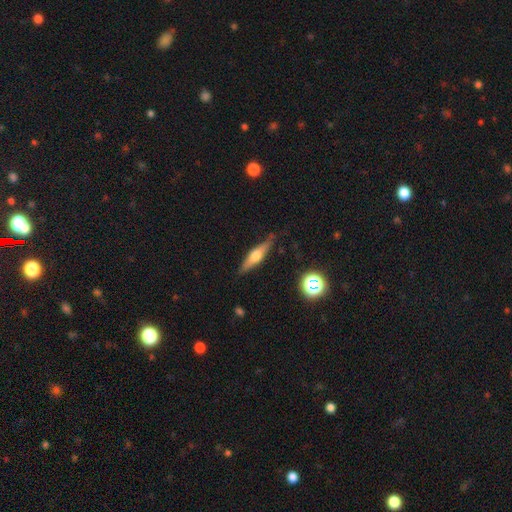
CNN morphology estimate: Smooth or featured? Predicted: featured or disk (p=0.54). Edge-on disk? Predicted: yes (p=0.93). Edge-on bulge? Predicted: rounded (p=0.90). Merging? Predicted: none (p=0.81).